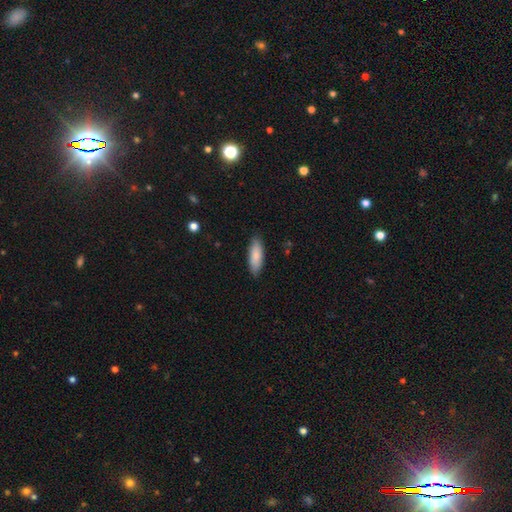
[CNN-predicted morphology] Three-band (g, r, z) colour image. It shows a smooth galaxy with no disk features (85%) that is in between round and cigar-shaped (64%). Merging: none (85%).